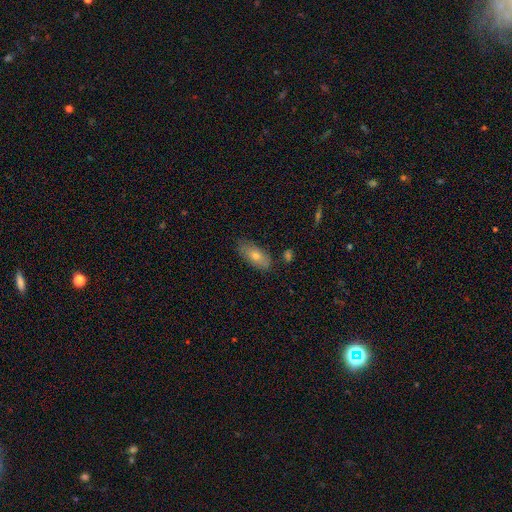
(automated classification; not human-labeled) smooth-or-featured: smooth: 76% | featured or disk: 18% | star or artifact: 7%
  how-rounded: in between: 88% | cigar-shaped: 8% | round: 3%
  merging: none: 78% | minor disturbance: 16% | major disturbance: 3% | merger: 3%